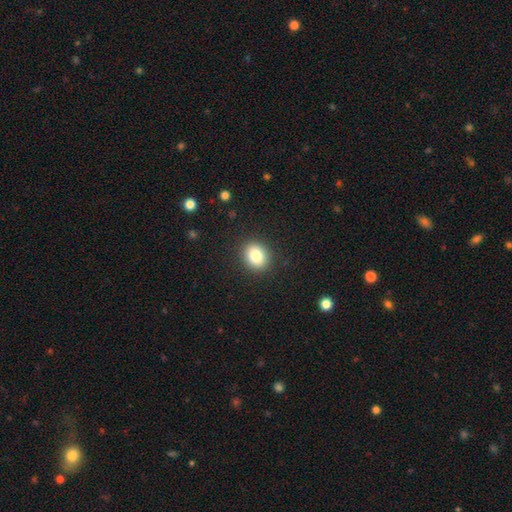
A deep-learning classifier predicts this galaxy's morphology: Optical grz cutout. It shows a smooth galaxy with no disk features (82%) that is round (64%). Merging: none (90%).